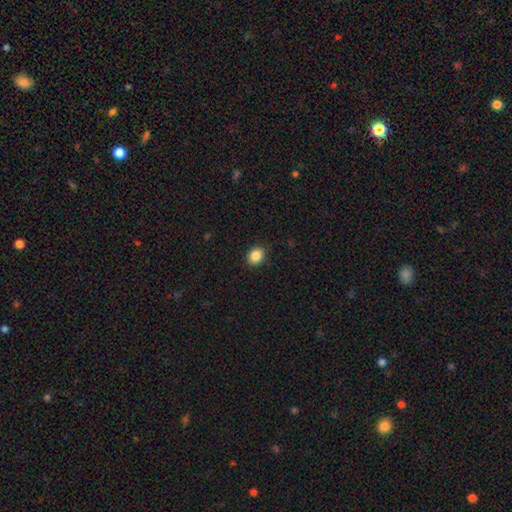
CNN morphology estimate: This is clearly a smooth galaxy (86%). How rounded: possibly round (51%). Merging: clearly none (90%).